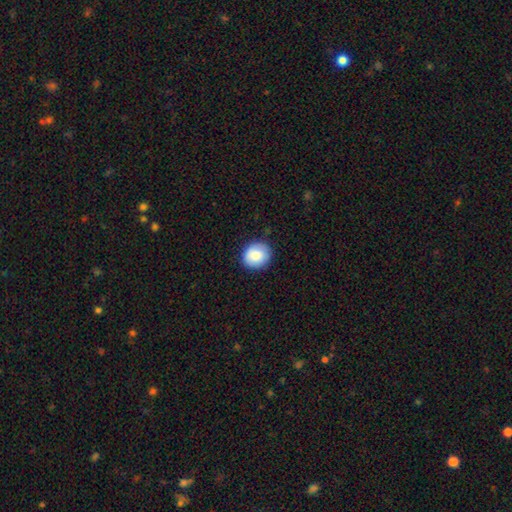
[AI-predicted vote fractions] Smooth or featured? Predicted: smooth (p=0.84). How rounded? Predicted: round (p=0.75). Merging? Predicted: none (p=0.86).